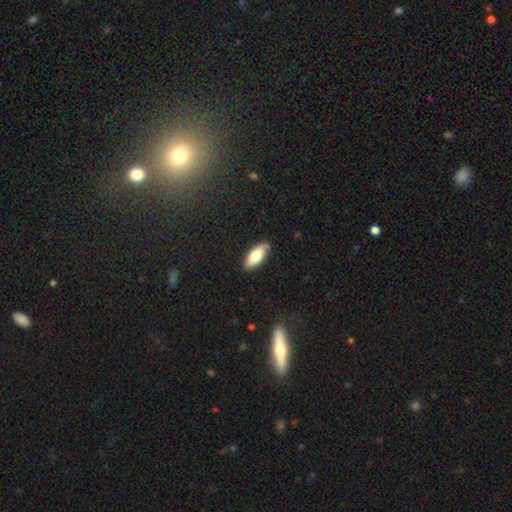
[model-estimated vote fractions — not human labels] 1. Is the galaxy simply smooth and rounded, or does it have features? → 76% smooth, 18% featured or disk, 6% star or artifact.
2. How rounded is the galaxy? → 79% in between, 19% cigar-shaped, 2% round.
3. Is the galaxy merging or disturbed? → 82% none, 14% minor disturbance, 2% major disturbance, 2% merger.